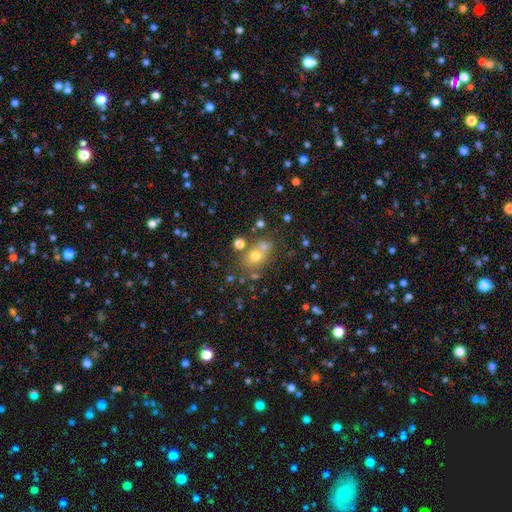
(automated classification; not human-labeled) Smooth or featured? smooth (65%)
How rounded? round (57%)
Merging? none (56%)